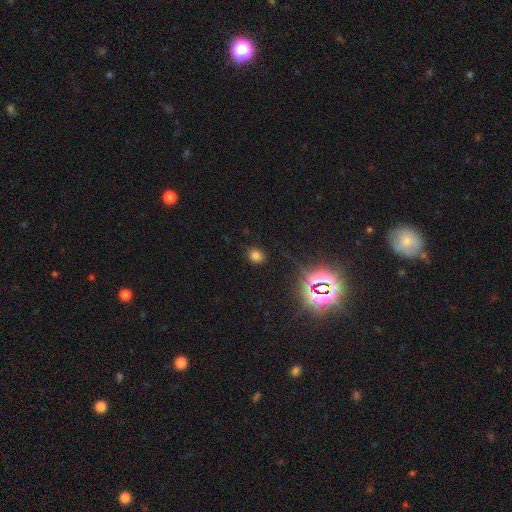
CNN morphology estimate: A smooth galaxy with no disk features (69%) that is round (53%).

Vote fractions:
- Smooth or featured? smooth: 69% / star or artifact: 25% / featured or disk: 6%
- How rounded? round: 53% / in between: 46% / cigar-shaped: 1%
- Merging? none: 84% / minor disturbance: 11% / major disturbance: 4% / merger: 2%